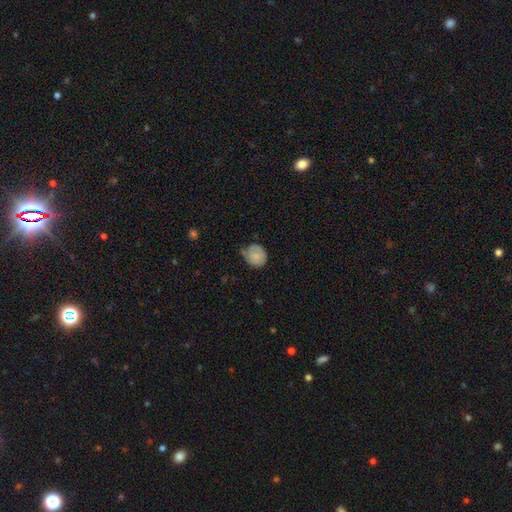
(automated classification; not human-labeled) Overall: smooth (73%). How rounded: round (71%). Merging: none (48%; minor disturbance 39%).